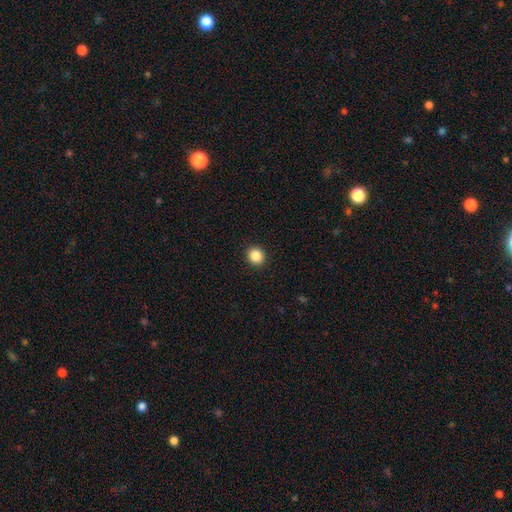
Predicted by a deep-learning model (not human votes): This appears to be a smooth galaxy with no disk features (87%) that is round (86%). Merging: none (93%).